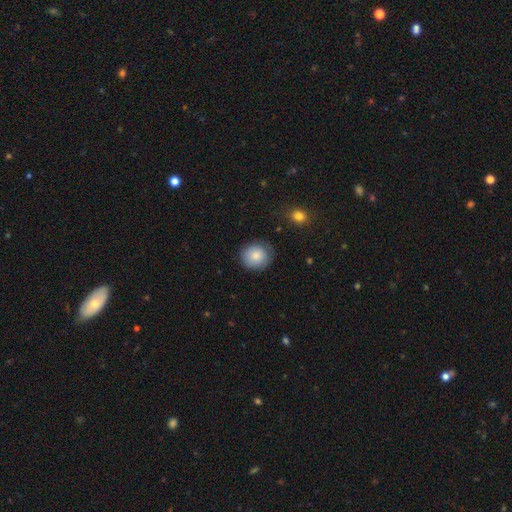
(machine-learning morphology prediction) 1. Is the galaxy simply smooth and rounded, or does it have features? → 84% smooth, 9% featured or disk, 8% star or artifact.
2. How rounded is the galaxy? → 82% round, 17% in between, 1% cigar-shaped.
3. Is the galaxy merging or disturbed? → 80% none, 15% minor disturbance, 4% major disturbance, 1% merger.